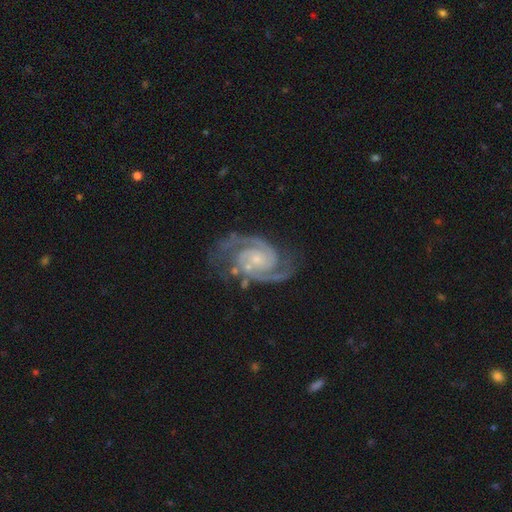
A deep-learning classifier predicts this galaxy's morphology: smooth-or-featured: featured or disk: 91% | star or artifact: 6% | smooth: 3%
  disk-edge-on: no: 98% | yes: 2%
    bar: no: 55% | weak: 34% | strong: 11%
    has-spiral-arms: yes: 99% | no: 1%
      spiral-winding: tight: 51% | medium: 43% | loose: 6%
      spiral-arm-count: 2: 79% | 3: 10% | can't tell: 4% | 4: 3% | 1: 2% | more than 4: 2%
    bulge-size: small: 68% | moderate: 21% | none: 8% | large: 2% | dominant: 1%
  merging: none: 79% | minor disturbance: 14% | major disturbance: 5% | merger: 2%